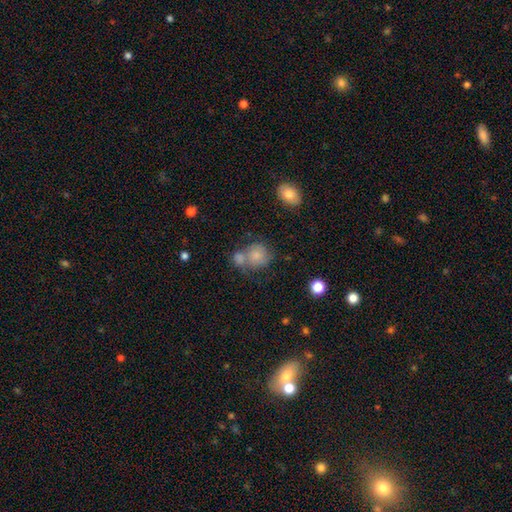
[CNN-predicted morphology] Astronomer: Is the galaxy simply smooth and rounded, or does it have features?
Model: smooth — 76%.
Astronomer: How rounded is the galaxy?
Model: round — 76%.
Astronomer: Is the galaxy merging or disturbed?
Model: merger — 41% (runner-up: none, 40%).